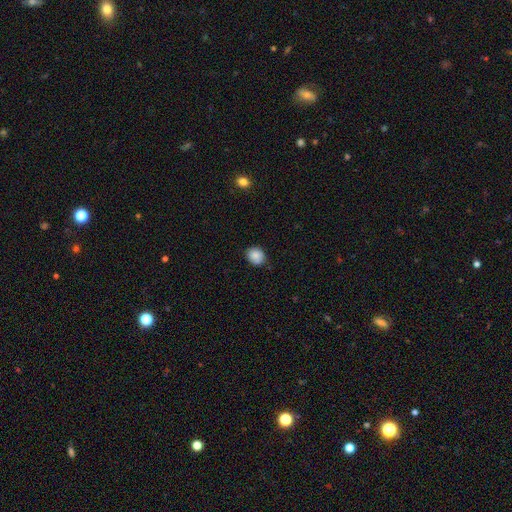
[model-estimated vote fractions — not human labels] Smooth or featured?
  - smooth: 86% *
  - star or artifact: 8%
  - featured or disk: 5%
How rounded?
  - round: 72% *
  - in between: 27%
  - cigar-shaped: 1%
Merging?
  - none: 80% *
  - minor disturbance: 16%
  - major disturbance: 2%
  - merger: 2%